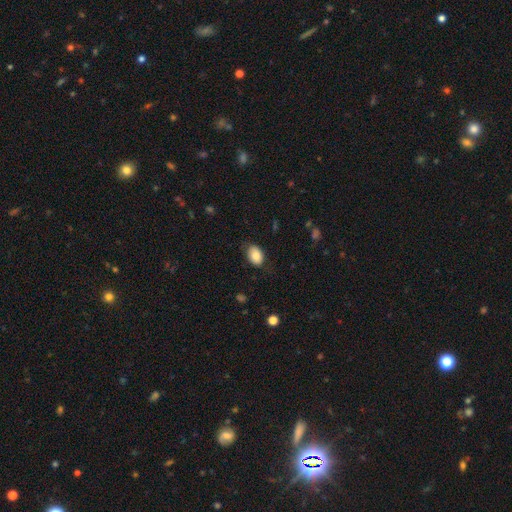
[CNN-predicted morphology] The model was most divided on "merging": none: 79%, minor disturbance: 16%, major disturbance: 4%, merger: 1%. More confident: how rounded — in between (84%); smooth or featured — smooth (81%).